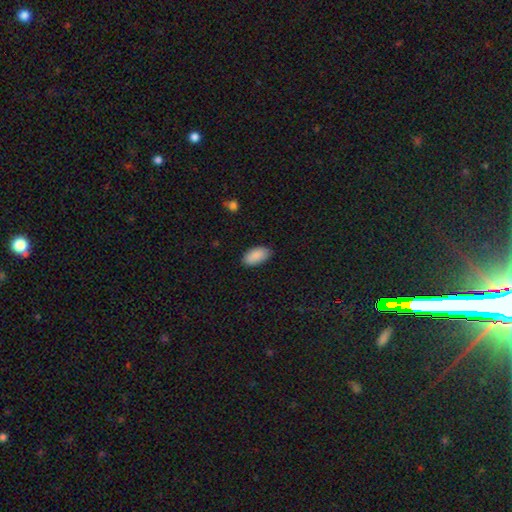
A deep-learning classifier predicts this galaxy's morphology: This appears to be a smooth galaxy with no disk features (90%) that is in between round and cigar-shaped (94%). Merging: none (86%).